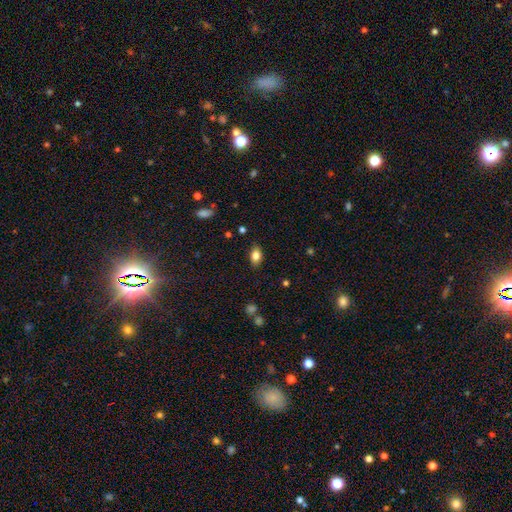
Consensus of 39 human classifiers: A smooth galaxy with no disk features (77%) that is in between round and cigar-shaped (83%). Merging: none (71%).